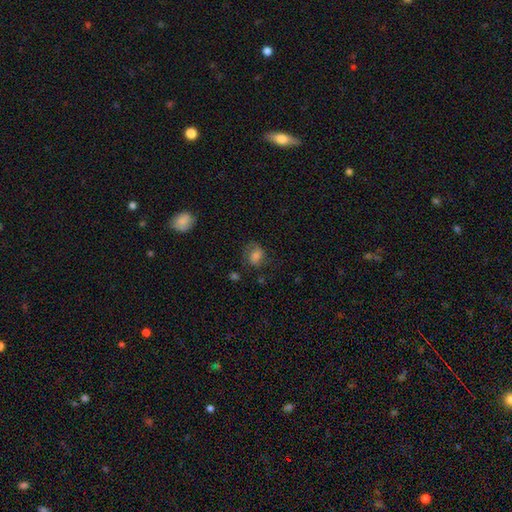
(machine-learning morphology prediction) smooth 67%, featured or disk 22%, star or artifact 11%. Down the decision tree: how rounded — round (50%); merging — none (55%).